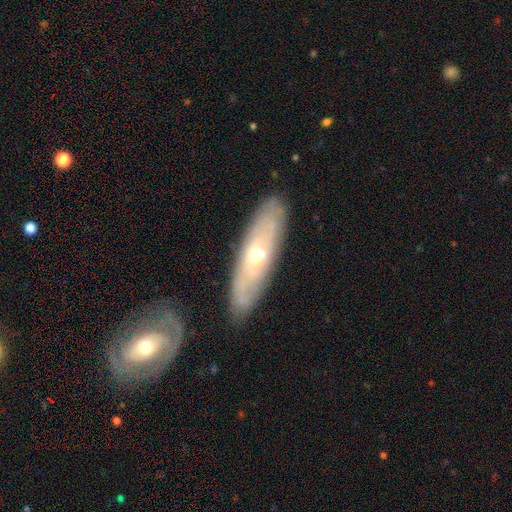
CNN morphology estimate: Smooth or featured? featured or disk (63%)
Edge-on disk? no (69%)
Merging? none (82%)